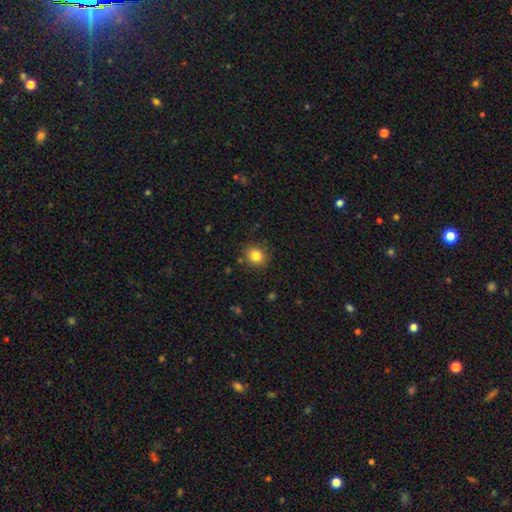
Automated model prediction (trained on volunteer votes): Smooth or featured? Predicted: smooth (p=0.83). How rounded? Predicted: round (p=0.77). Merging? Predicted: none (p=0.86).